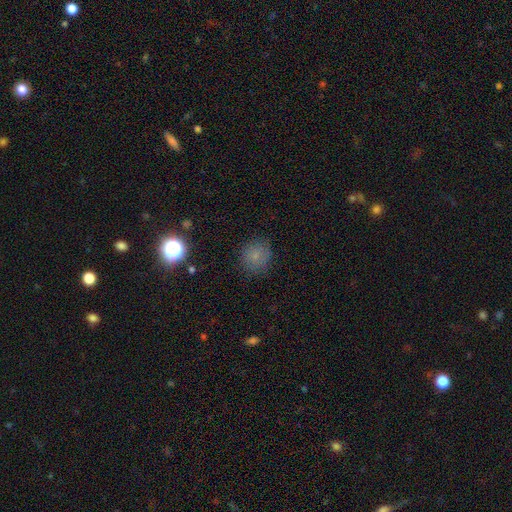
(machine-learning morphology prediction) smooth_or_featured: smooth (p=0.75) [alt: star or artifact p=0.16]
how_rounded: round (p=0.89) [alt: in between p=0.10]
merging: none (p=0.82) [alt: minor disturbance p=0.13]